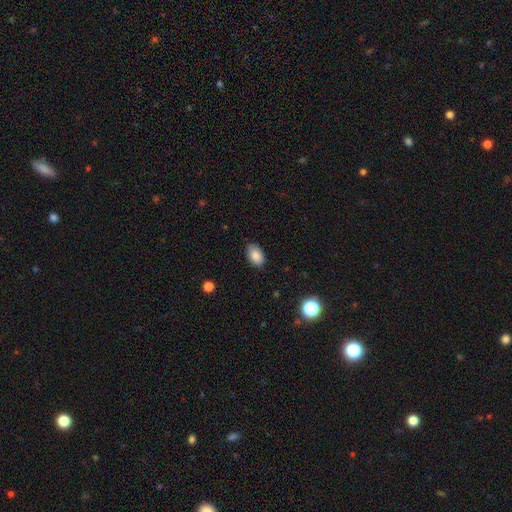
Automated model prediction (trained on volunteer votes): smooth_or_featured: smooth (p=0.86) [alt: star or artifact p=0.08]
how_rounded: in between (p=0.91) [alt: round p=0.08]
merging: none (p=0.84) [alt: minor disturbance p=0.12]